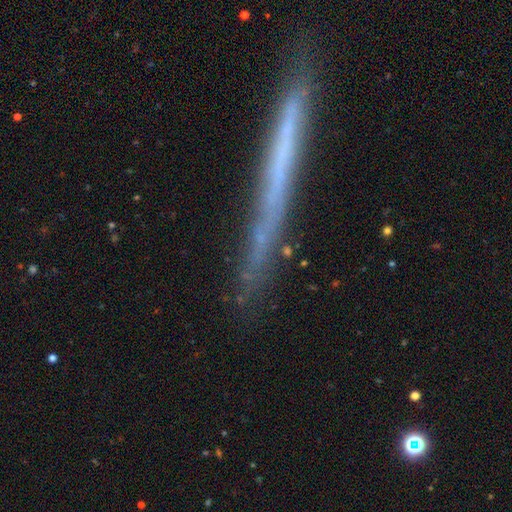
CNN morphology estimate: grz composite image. It shows a featured or disk galaxy (55%) viewed edge-on (93%) with no central bulge (92%). Merging: none (80%).